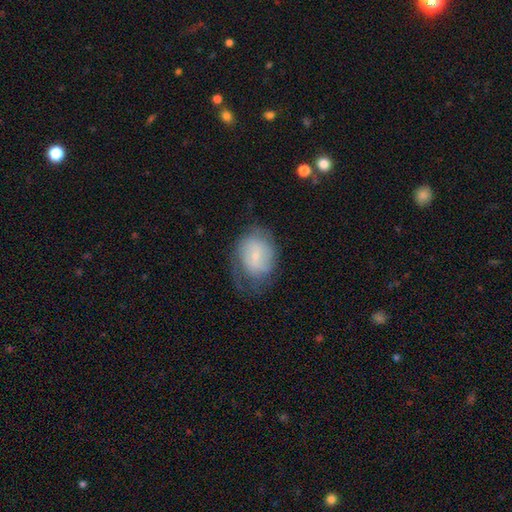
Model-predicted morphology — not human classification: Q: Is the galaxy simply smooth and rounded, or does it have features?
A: smooth — 50%.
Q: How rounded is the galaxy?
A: in between — 62%.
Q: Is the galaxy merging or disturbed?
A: none — 48%.